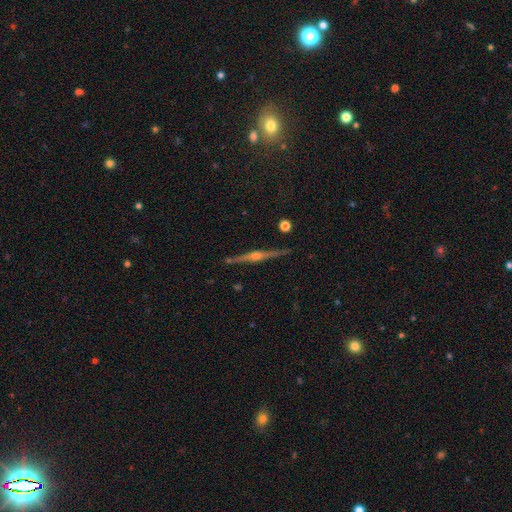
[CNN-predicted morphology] Q: Smooth or featured?
A: featured or disk (86%); runner-up: smooth (8%)
Q: Edge-on disk?
A: yes (98%); runner-up: no (2%)
Q: Edge-on bulge?
A: rounded (92%); runner-up: boxy (5%)
Q: Merging?
A: none (90%); runner-up: minor disturbance (7%)